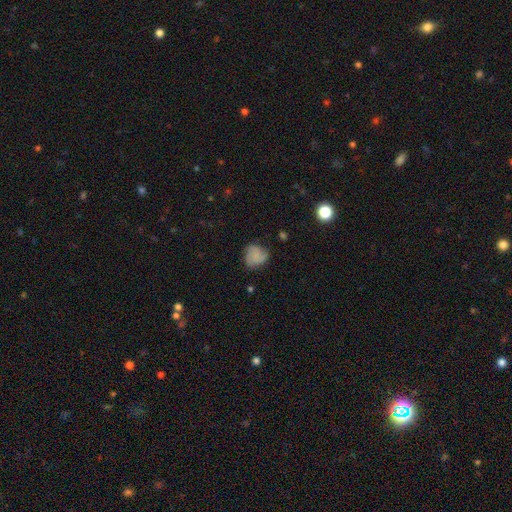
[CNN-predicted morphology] Smooth or featured?
  - smooth: 55% *
  - featured or disk: 35%
  - star or artifact: 10%
How rounded?
  - round: 72% *
  - in between: 27%
  - cigar-shaped: 1%
Merging?
  - none: 64% *
  - minor disturbance: 25%
  - major disturbance: 9%
  - merger: 2%